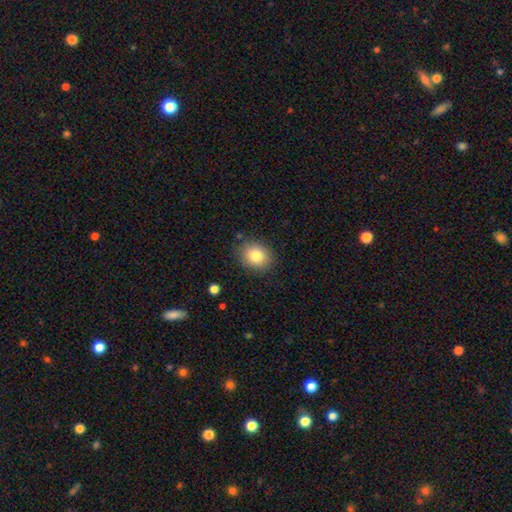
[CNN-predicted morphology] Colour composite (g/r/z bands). It shows a smooth galaxy with no disk features (82%) that is round (60%). Merging: none (85%).